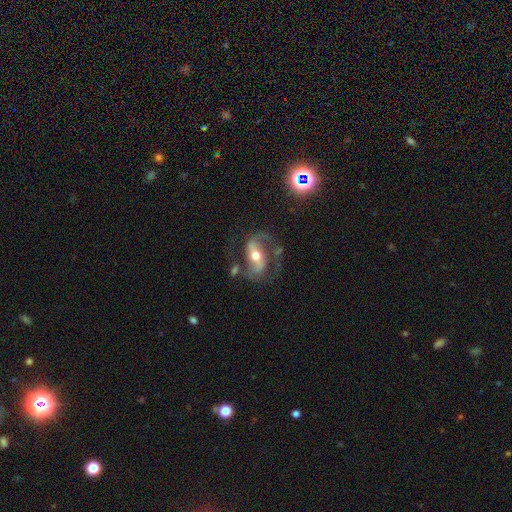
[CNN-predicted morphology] featured or disk 80%, smooth 14%, star or artifact 6%. Down the decision tree: edge-on disk — no (95%); bar — strong (41%); spiral arms — yes (89%); spiral arm count — 2 (83%); spiral winding — medium (49%); bulge size — moderate (71%); merging — none (54%).